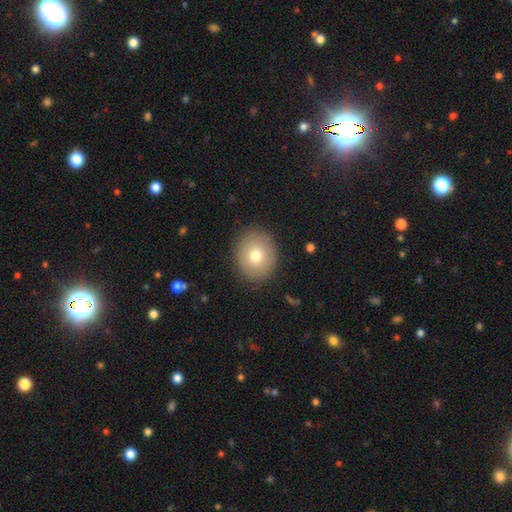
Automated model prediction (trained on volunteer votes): Morphology: type=smooth (74%); roundness=round (72%); merging=none (88%).